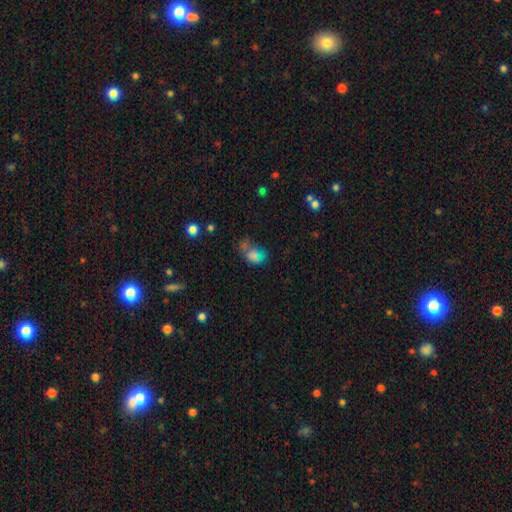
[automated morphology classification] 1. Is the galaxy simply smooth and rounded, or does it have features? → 63% smooth, 21% featured or disk, 16% star or artifact.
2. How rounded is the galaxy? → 79% in between, 19% round, 2% cigar-shaped.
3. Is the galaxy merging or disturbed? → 30% none, 28% merger, 22% minor disturbance, 20% major disturbance.